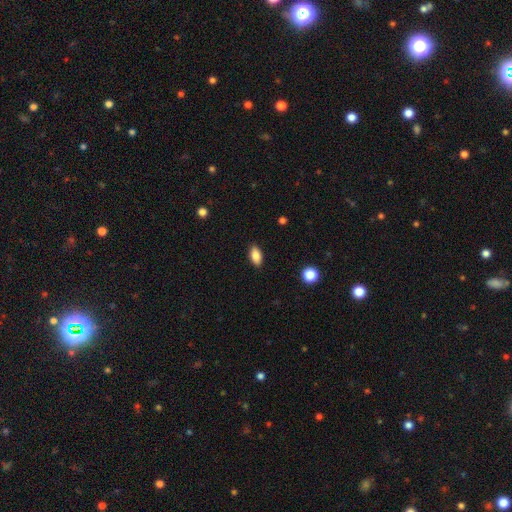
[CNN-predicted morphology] A smooth galaxy with no disk features (86%) that is in between round and cigar-shaped (91%). Merging: none (89%).